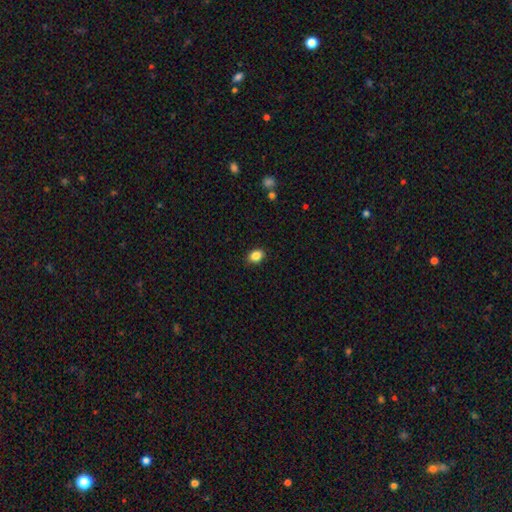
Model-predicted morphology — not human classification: Smooth or featured: smooth — 86% (star or artifact — 9%)
How rounded: in between — 66% (round — 33%)
Merging: none — 90% (minor disturbance — 7%)